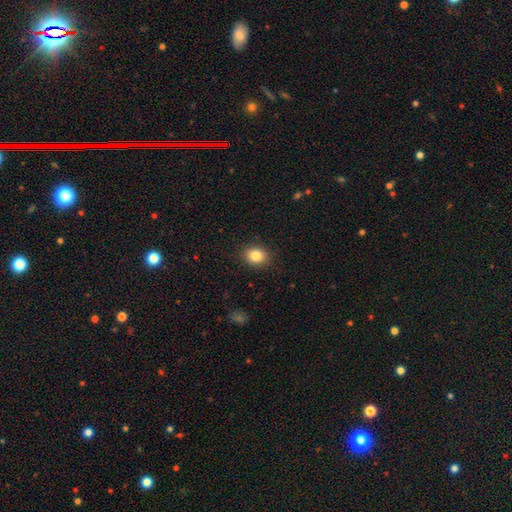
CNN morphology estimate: Smooth or featured?
  - smooth: 84% *
  - star or artifact: 10%
  - featured or disk: 6%
How rounded?
  - round: 55% *
  - in between: 44%
  - cigar-shaped: 1%
Merging?
  - none: 88% *
  - minor disturbance: 8%
  - major disturbance: 2%
  - merger: 1%